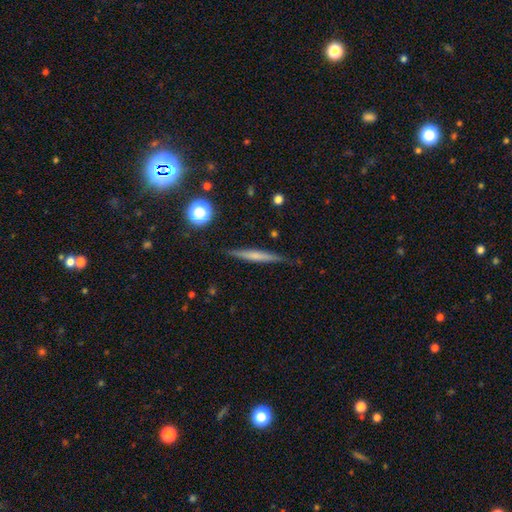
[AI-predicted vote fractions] Smooth or featured?
  - featured or disk: 46% * (tied)
  - smooth: 46% * (tied)
  - star or artifact: 8%
Merging?
  - none: 87% *
  - minor disturbance: 10%
  - major disturbance: 2%
  - merger: 1%